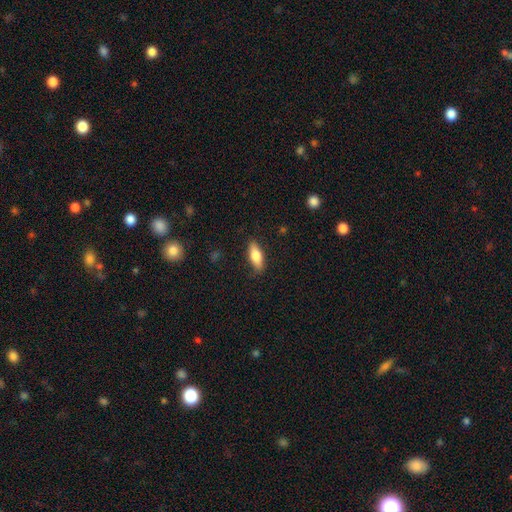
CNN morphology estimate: Q: Smooth or featured?
A: smooth (76%); runner-up: featured or disk (18%)
Q: How rounded?
A: in between (71%); runner-up: cigar-shaped (27%)
Q: Merging?
A: none (85%); runner-up: minor disturbance (11%)